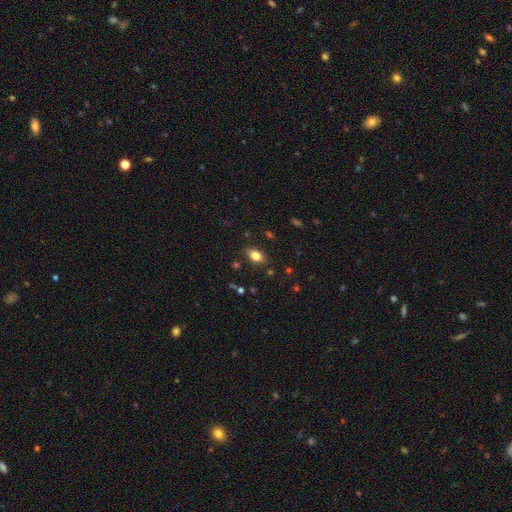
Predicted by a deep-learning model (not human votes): Smooth or featured?
  - smooth: 83% *
  - star or artifact: 10%
  - featured or disk: 7%
How rounded?
  - in between: 85% *
  - round: 13%
  - cigar-shaped: 2%
Merging?
  - none: 86% *
  - minor disturbance: 10%
  - major disturbance: 3%
  - merger: 2%